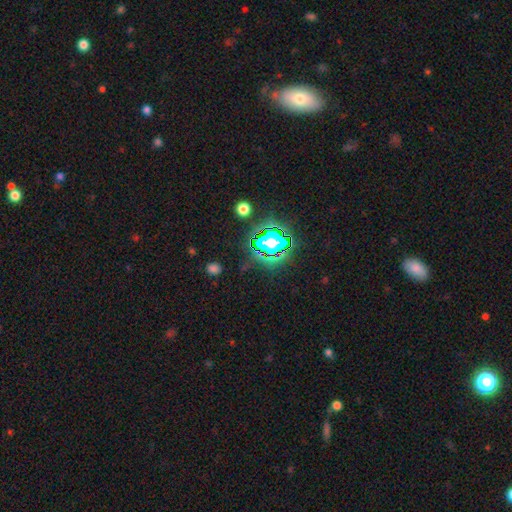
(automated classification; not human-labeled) smooth_or_featured: star or artifact (p=0.75) [alt: smooth p=0.15]